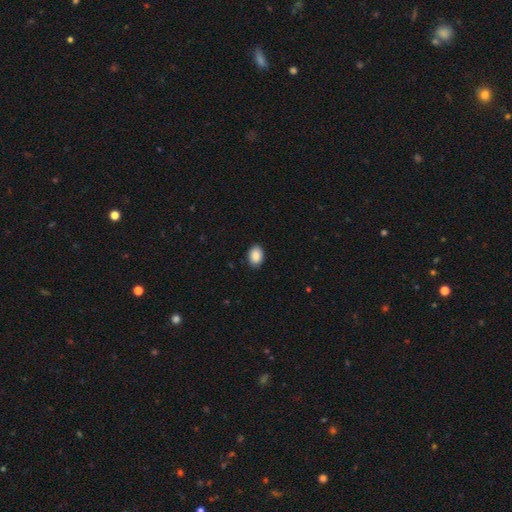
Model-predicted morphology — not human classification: smooth_or_featured: smooth (p=0.89) [alt: star or artifact p=0.07]
how_rounded: in between (p=0.78) [alt: round p=0.21]
merging: none (p=0.88) [alt: minor disturbance p=0.09]